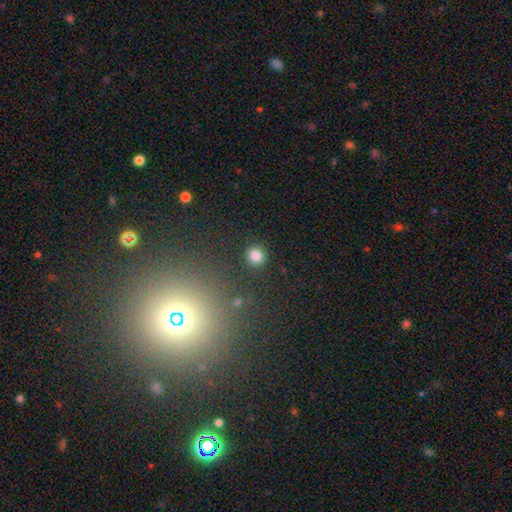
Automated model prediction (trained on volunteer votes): smooth 83%, star or artifact 12%, featured or disk 5%. Down the decision tree: how rounded — round (90%); merging — none (89%).